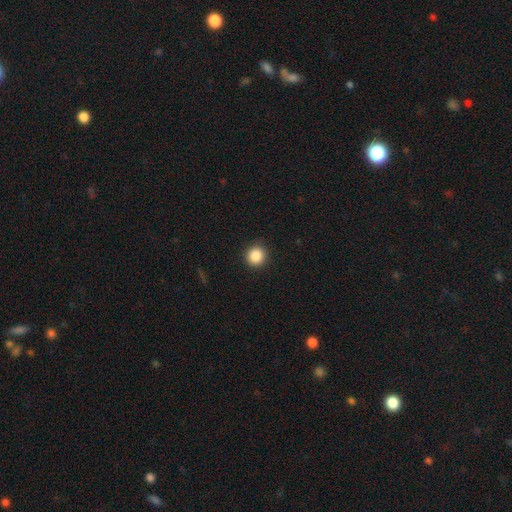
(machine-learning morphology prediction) Q: Smooth or featured?
A: smooth (87%); runner-up: star or artifact (9%)
Q: How rounded?
A: round (94%); runner-up: in between (5%)
Q: Merging?
A: none (91%); runner-up: minor disturbance (6%)